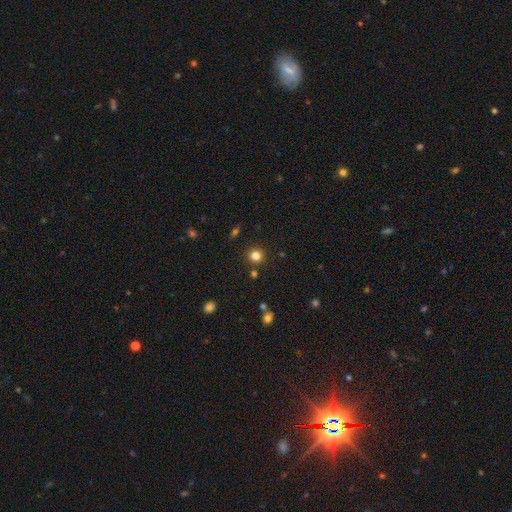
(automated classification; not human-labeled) Smooth or featured? smooth (80%)
How rounded? round (93%)
Merging? none (89%)